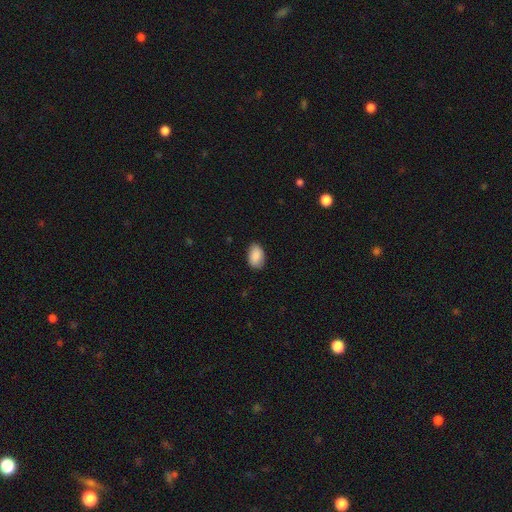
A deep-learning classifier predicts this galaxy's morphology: Smooth or featured: smooth — 89% (star or artifact — 7%)
How rounded: in between — 90% (round — 9%)
Merging: none — 83% (minor disturbance — 13%)